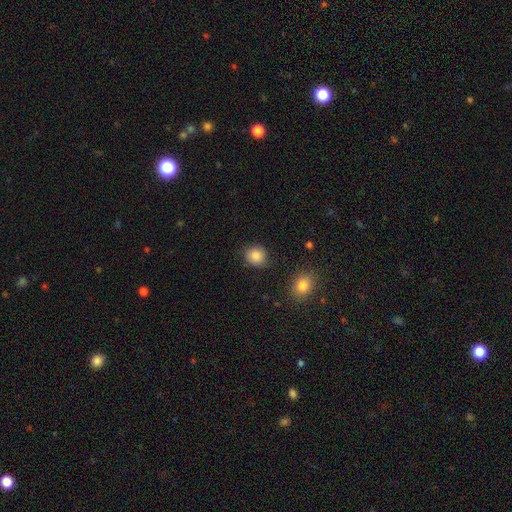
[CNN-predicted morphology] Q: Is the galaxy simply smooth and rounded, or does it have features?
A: smooth — 87%.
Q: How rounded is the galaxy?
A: round — 81%.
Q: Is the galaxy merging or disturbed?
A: none — 86%.